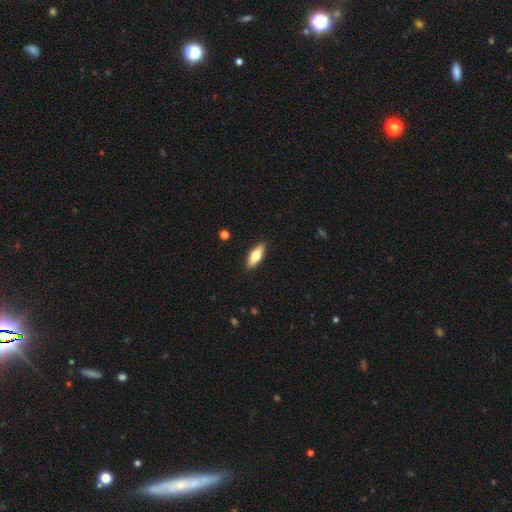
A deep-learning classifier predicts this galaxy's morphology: This appears to be a smooth galaxy with no disk features (59%) that is in between round and cigar-shaped (64%). Merging: none (89%).